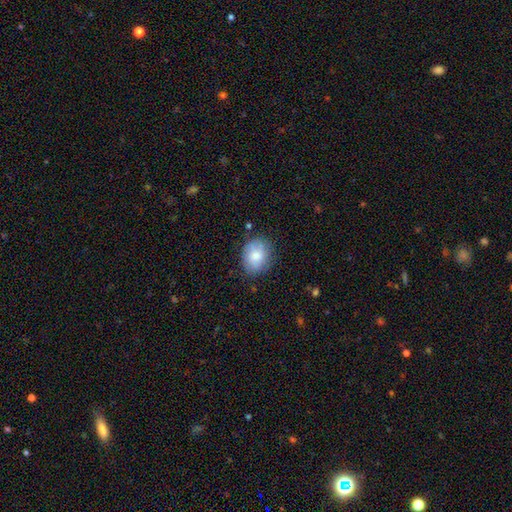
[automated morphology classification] Smooth or featured? Predicted: smooth (p=0.72). How rounded? Predicted: in between (p=0.54). Merging? Predicted: none (p=0.76).